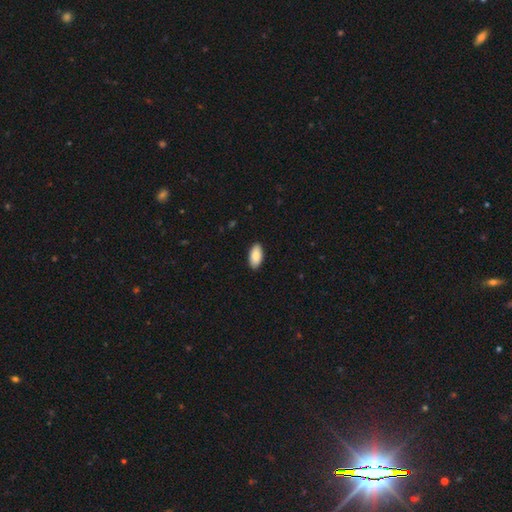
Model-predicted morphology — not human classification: This is clearly a smooth galaxy (88%). How rounded: clearly in between (94%). Merging: clearly none (90%).